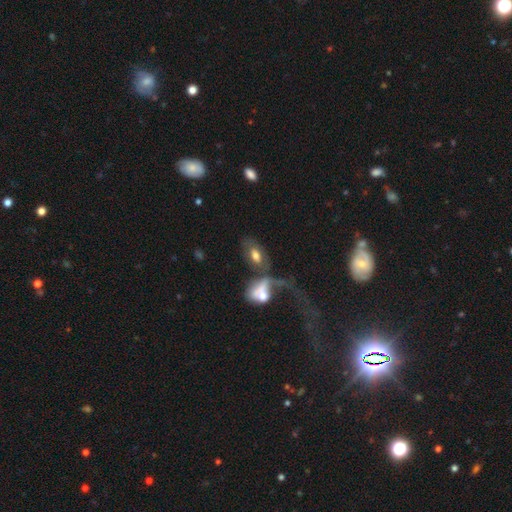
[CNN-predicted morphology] A smooth galaxy with no disk features (64%) that is in between round and cigar-shaped (90%).

Vote fractions:
- Smooth or featured? smooth: 64% / featured or disk: 27% / star or artifact: 8%
- How rounded? in between: 90% / round: 7% / cigar-shaped: 3%
- Merging? merger: 38% / none: 30% / major disturbance: 19% / minor disturbance: 13%